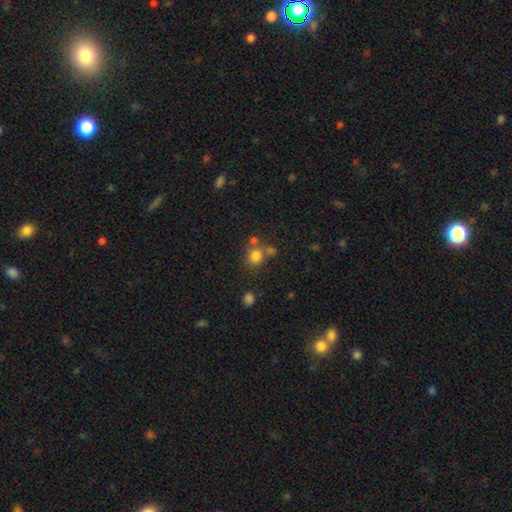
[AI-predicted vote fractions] Q: Smooth or featured?
A: smooth (78%); runner-up: star or artifact (14%)
Q: How rounded?
A: round (80%); runner-up: in between (19%)
Q: Merging?
A: none (60%); runner-up: merger (24%)